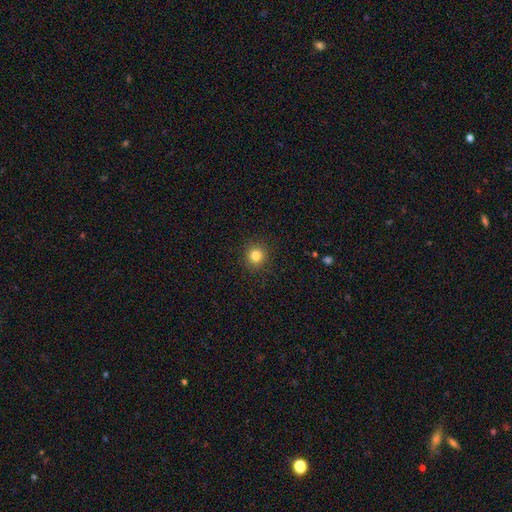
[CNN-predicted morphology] This is clearly a smooth galaxy (82%). How rounded: clearly round (92%). Merging: clearly none (91%).